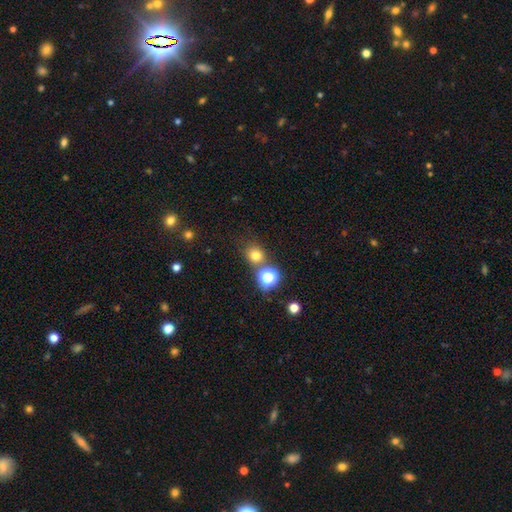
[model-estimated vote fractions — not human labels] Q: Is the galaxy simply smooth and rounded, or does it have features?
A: smooth — 73%.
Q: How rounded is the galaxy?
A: round — 82%.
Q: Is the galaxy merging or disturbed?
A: none — 69%.